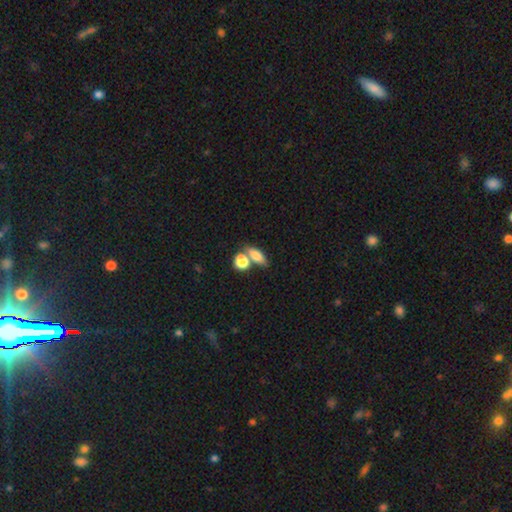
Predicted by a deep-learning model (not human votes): Morphology: type=smooth (73%); roundness=in between (60%); merging=none (52%).